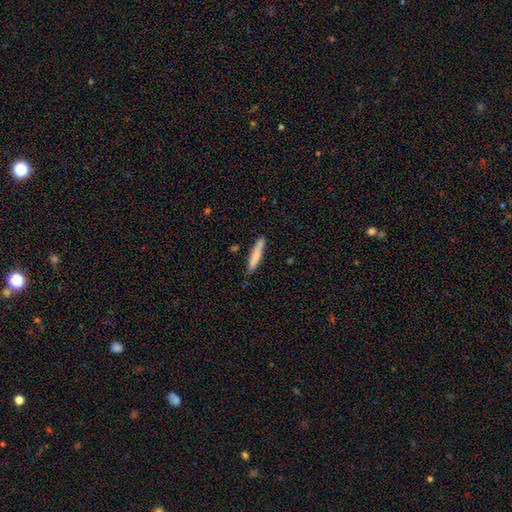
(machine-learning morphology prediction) Overall: smooth (75%). How rounded: cigar-shaped (91%). Merging: none (77%).